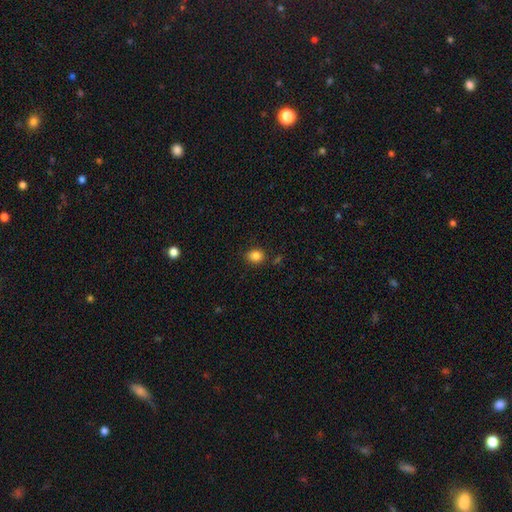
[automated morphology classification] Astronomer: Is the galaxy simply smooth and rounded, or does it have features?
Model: smooth — 84%.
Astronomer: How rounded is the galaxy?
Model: round — 55% (runner-up: in between, 44%).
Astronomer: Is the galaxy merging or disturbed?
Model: none — 84%.